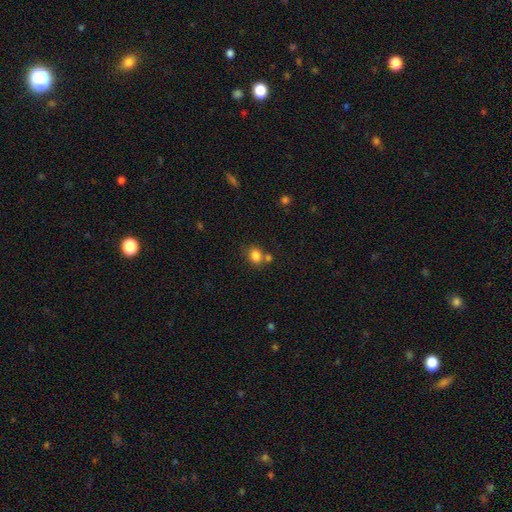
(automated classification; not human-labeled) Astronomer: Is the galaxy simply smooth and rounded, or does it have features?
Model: smooth — 82%.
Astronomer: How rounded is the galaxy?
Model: in between — 50% (runner-up: round, 49%).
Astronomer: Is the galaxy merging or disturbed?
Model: none — 56%.